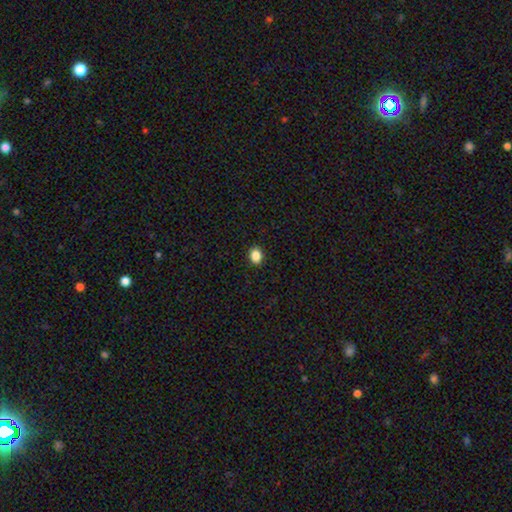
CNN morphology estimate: This appears to be a smooth galaxy with no disk features (86%) that is in between round and cigar-shaped (55%). Merging: none (91%).